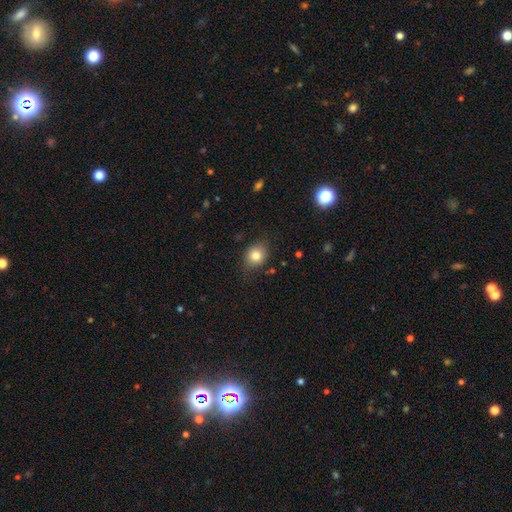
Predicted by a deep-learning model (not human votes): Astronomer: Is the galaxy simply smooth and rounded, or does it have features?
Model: smooth — 81%.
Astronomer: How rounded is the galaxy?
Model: round — 59% (runner-up: in between, 40%).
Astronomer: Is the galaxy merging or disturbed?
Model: none — 78%.